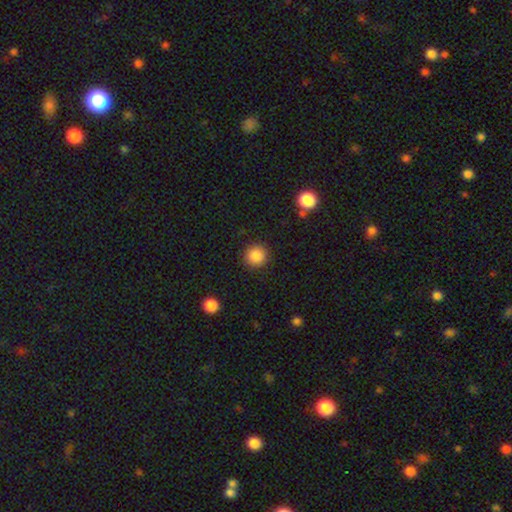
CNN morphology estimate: This is clearly a smooth galaxy (87%). How rounded: clearly round (94%). Merging: clearly none (90%).